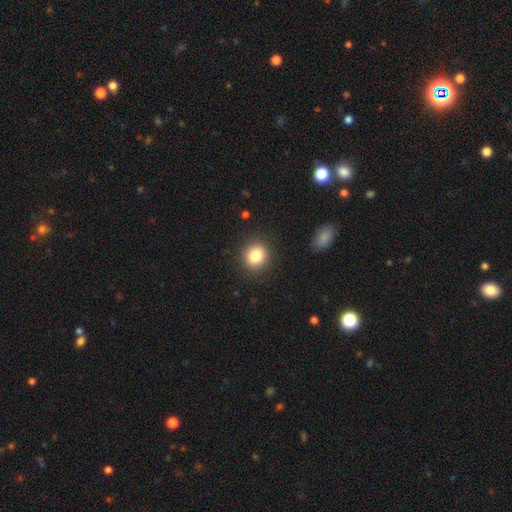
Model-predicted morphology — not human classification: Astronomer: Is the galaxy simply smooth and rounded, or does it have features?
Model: smooth — 83%.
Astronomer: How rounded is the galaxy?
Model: round — 83%.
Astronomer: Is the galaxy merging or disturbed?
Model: none — 89%.